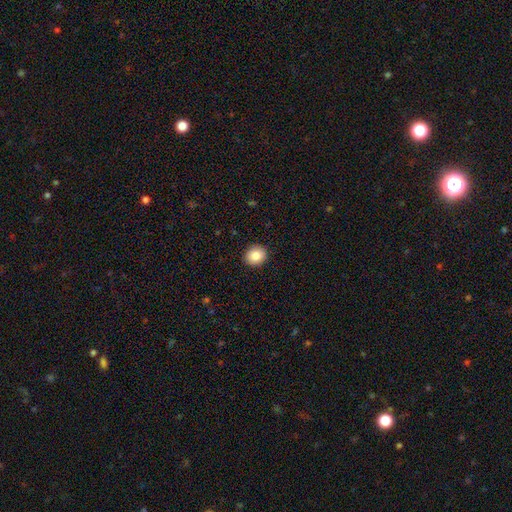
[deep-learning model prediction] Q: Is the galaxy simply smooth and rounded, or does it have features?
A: smooth — 86%.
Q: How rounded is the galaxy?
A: round — 83%.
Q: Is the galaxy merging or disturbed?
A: none — 92%.